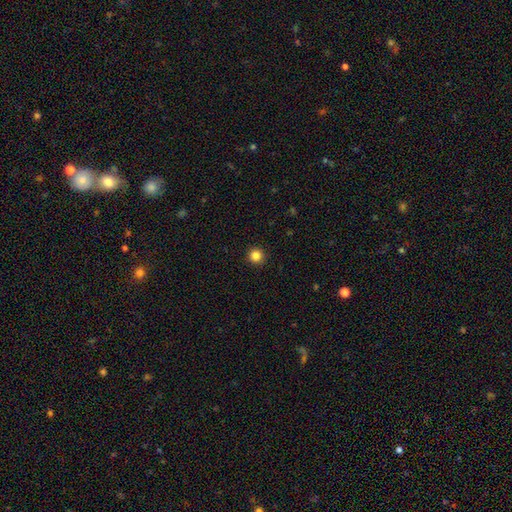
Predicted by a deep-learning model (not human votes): Smooth or featured?
  - smooth: 84% *
  - star or artifact: 12%
  - featured or disk: 4%
How rounded?
  - round: 96% *
  - in between: 3%
  - cigar-shaped: 1%
Merging?
  - none: 93% *
  - minor disturbance: 4%
  - major disturbance: 1%
  - merger: 1%